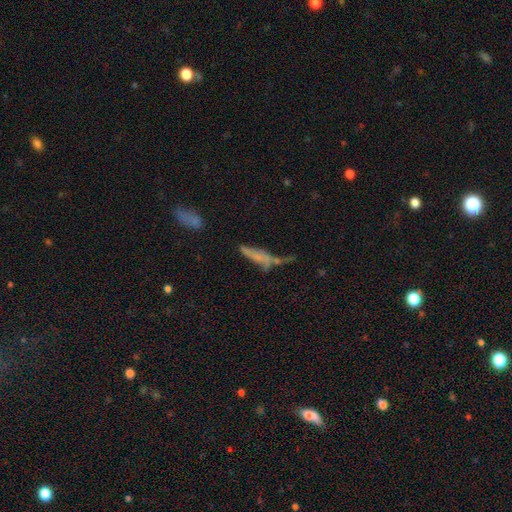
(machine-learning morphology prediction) smooth 49%, featured or disk 35%, star or artifact 16%. Down the decision tree: merging — none (32%).